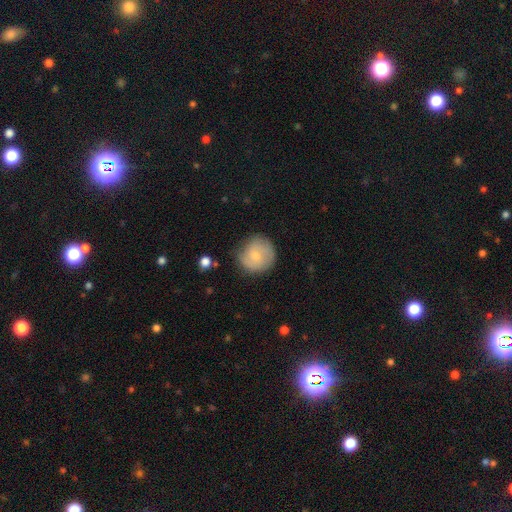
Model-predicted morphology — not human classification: Smooth or featured? smooth (55%)
How rounded? round (90%)
Merging? none (73%)